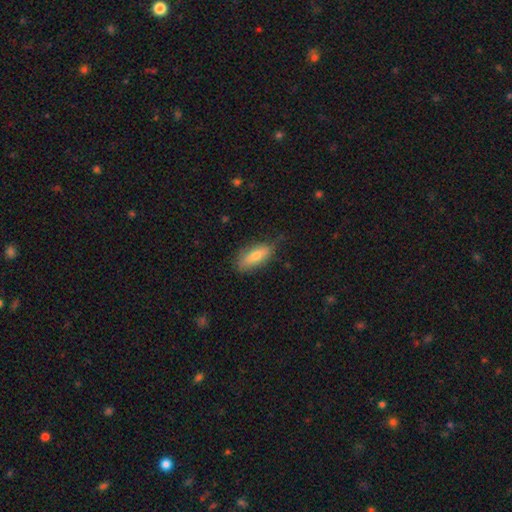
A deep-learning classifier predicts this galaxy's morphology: A smooth galaxy with no disk features (73%) that is in between round and cigar-shaped (74%). Merging: none (73%).